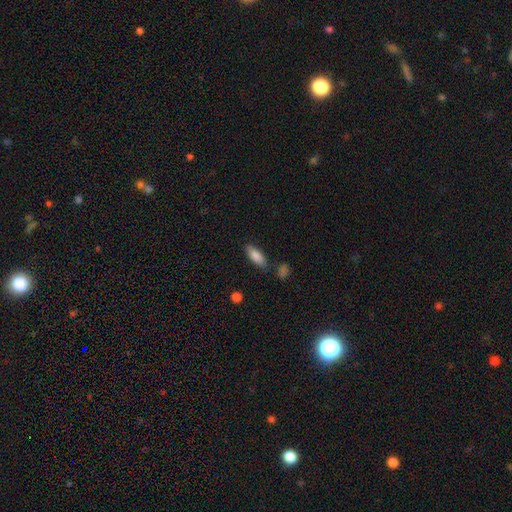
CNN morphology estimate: Smooth or featured?
  - smooth: 84% *
  - featured or disk: 9%
  - star or artifact: 6%
How rounded?
  - in between: 72% *
  - cigar-shaped: 26%
  - round: 2%
Merging?
  - none: 78% *
  - minor disturbance: 13%
  - merger: 5%
  - major disturbance: 3%